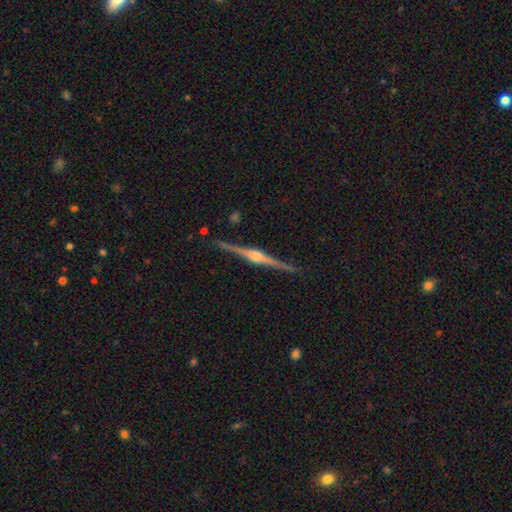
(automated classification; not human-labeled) Smooth or featured? featured or disk (90%)
Edge-on disk? yes (99%)
Edge-on bulge? rounded (90%)
Merging? none (92%)